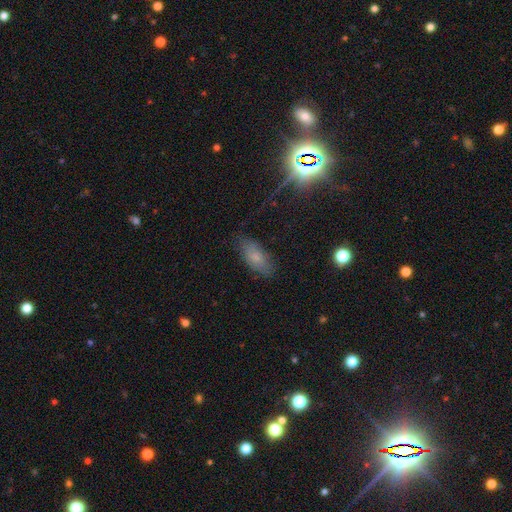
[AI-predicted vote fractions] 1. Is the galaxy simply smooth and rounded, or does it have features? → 68% smooth, 16% featured or disk, 16% star or artifact.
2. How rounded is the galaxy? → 82% in between, 14% cigar-shaped, 3% round.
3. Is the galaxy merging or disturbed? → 79% none, 15% minor disturbance, 4% major disturbance, 1% merger.